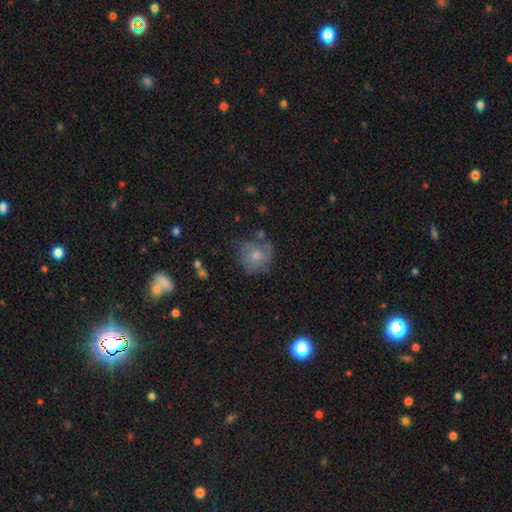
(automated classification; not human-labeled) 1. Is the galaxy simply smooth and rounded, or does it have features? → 68% smooth, 22% featured or disk, 9% star or artifact.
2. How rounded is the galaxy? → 84% round, 15% in between, 1% cigar-shaped.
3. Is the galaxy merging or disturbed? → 61% none, 24% minor disturbance, 10% major disturbance, 4% merger.